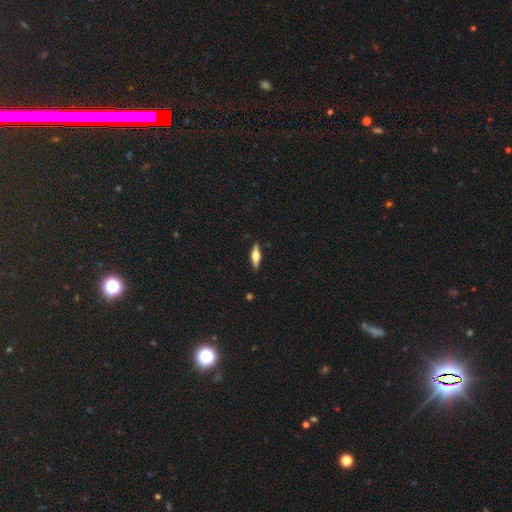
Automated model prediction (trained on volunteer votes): This appears to be a featured or disk galaxy (52%) viewed edge-on (94%). Merging: none (89%).